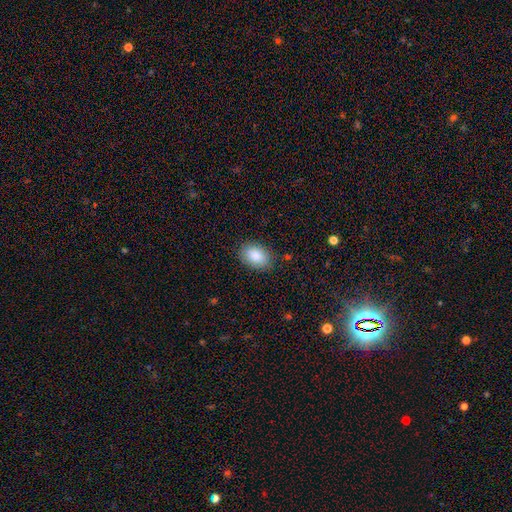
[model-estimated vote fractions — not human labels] smooth_or_featured: smooth (p=0.87) [alt: star or artifact p=0.07]
how_rounded: in between (p=0.88) [alt: round p=0.11]
merging: none (p=0.86) [alt: minor disturbance p=0.11]